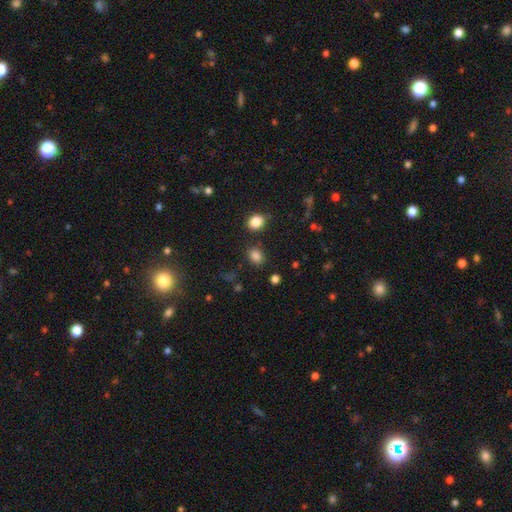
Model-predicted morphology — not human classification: smooth_or_featured: smooth (p=0.83) [alt: star or artifact p=0.12]
how_rounded: in between (p=0.58) [alt: round p=0.41]
merging: none (p=0.81) [alt: minor disturbance p=0.11]